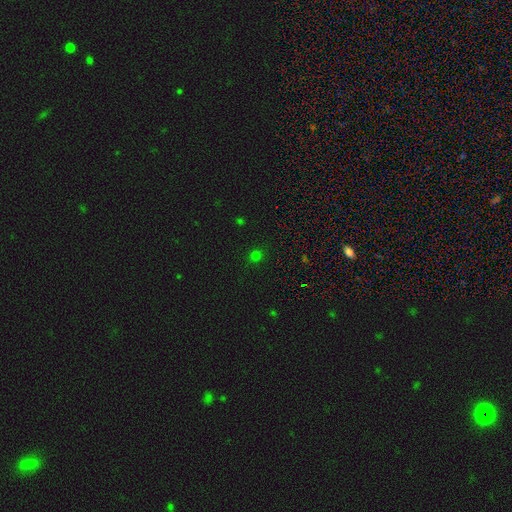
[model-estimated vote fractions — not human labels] This is likely a smooth galaxy (71%). How rounded: clearly round (88%). Merging: clearly none (90%).